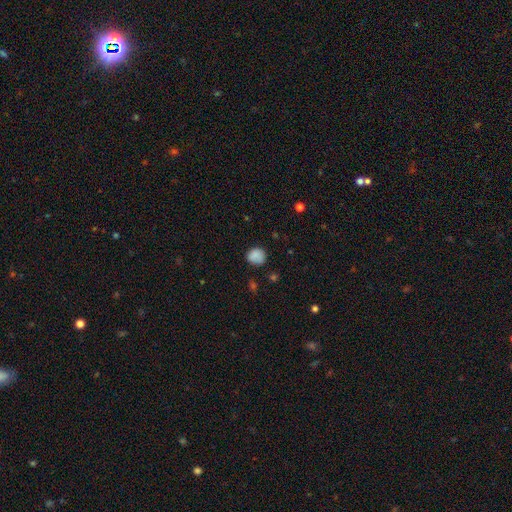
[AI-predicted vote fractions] Morphology: type=smooth (86%); roundness=round (79%); merging=none (75%).